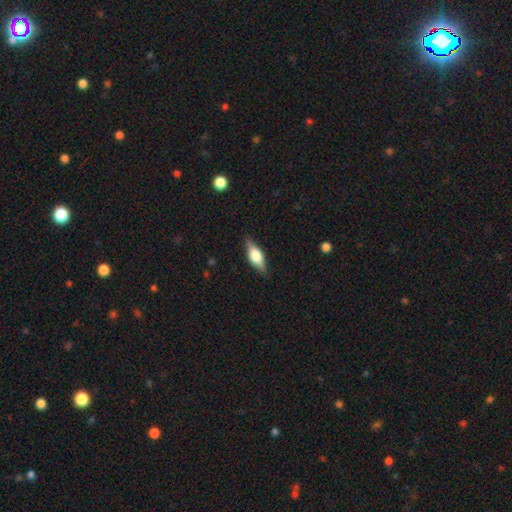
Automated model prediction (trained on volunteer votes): Morphology: type=smooth (47%); merging=none (85%).